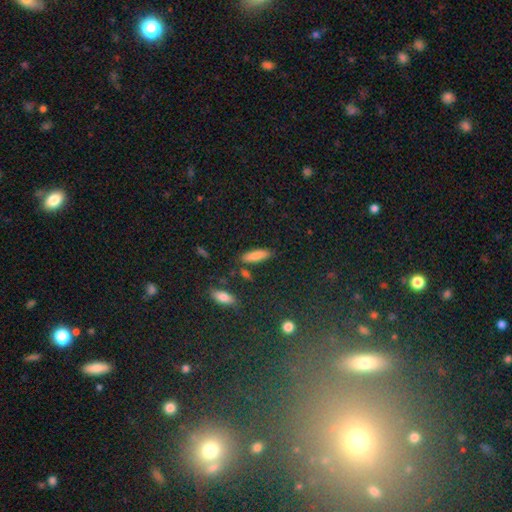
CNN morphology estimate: smooth-or-featured: smooth: 83% | featured or disk: 8% | star or artifact: 8%
  how-rounded: cigar-shaped: 53% | in between: 45% | round: 2%
  merging: none: 80% | minor disturbance: 12% | merger: 5% | major disturbance: 3%